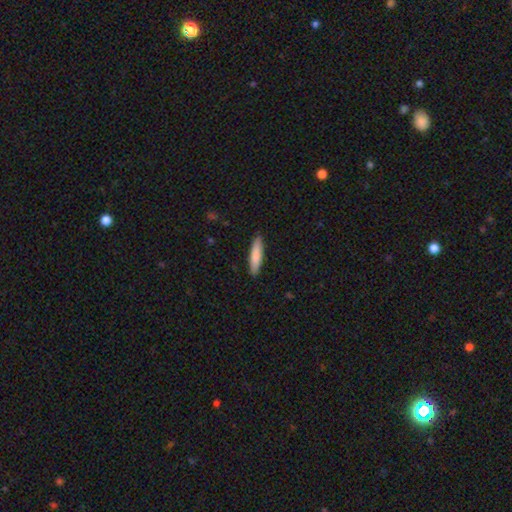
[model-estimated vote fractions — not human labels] Morphology: type=smooth (82%); roundness=cigar-shaped (82%); merging=none (89%).